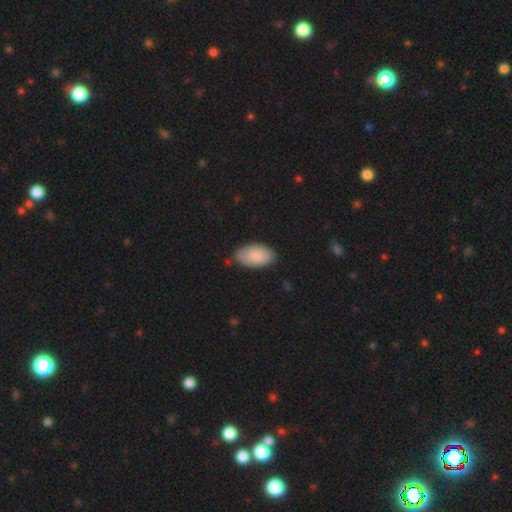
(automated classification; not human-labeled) The model was most divided on "merging": none: 75%, minor disturbance: 20%, major disturbance: 3%, merger: 2%. More confident: how rounded — in between (95%); smooth or featured — smooth (86%).